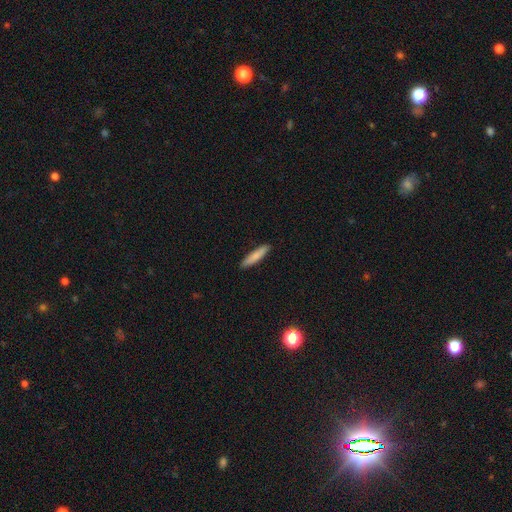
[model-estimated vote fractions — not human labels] Smooth or featured?
  - smooth: 82% *
  - featured or disk: 12%
  - star or artifact: 6%
How rounded?
  - cigar-shaped: 88% *
  - in between: 11%
  - round: 1%
Merging?
  - none: 90% *
  - minor disturbance: 7%
  - major disturbance: 1%
  - merger: 1%